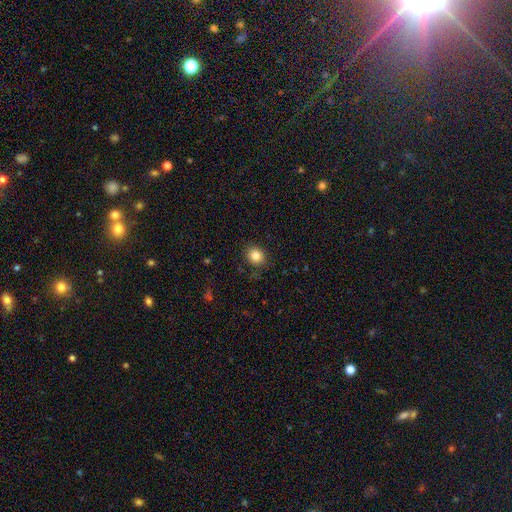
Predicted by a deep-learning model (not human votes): A smooth galaxy with no disk features (83%) that is round (80%). Merging: none (89%).